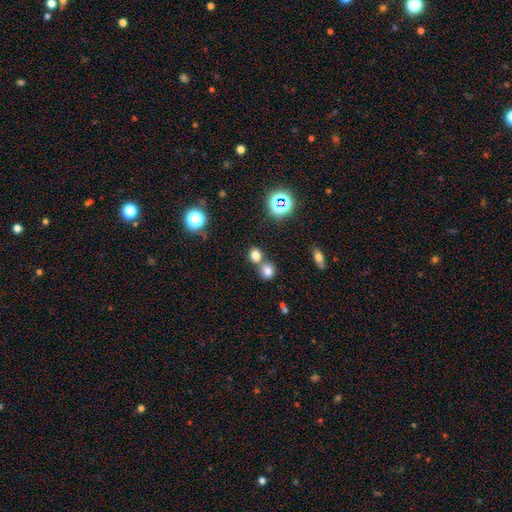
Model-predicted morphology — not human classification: This appears to be a smooth galaxy with no disk features (72%) that is round (73%). Merging: none (53%).